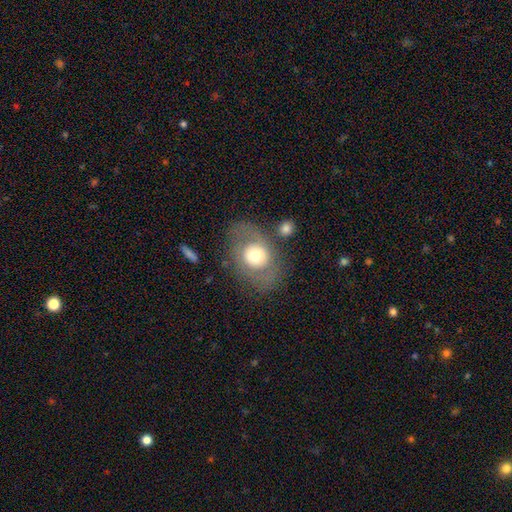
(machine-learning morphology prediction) A smooth galaxy with no disk features (53%) that is in between round and cigar-shaped (55%).

Vote fractions:
- Smooth or featured? smooth: 53% / featured or disk: 39% / star or artifact: 8%
- How rounded? in between: 55% / round: 44% / cigar-shaped: 1%
- Merging? none: 69% / minor disturbance: 15% / major disturbance: 10% / merger: 6%